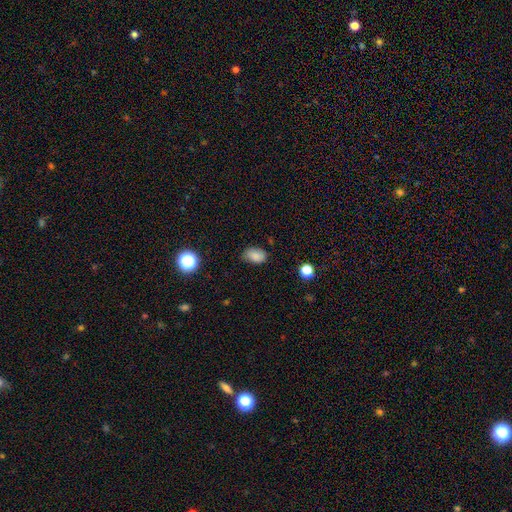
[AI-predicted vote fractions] Morphology: type=smooth (84%); roundness=in between (86%); merging=none (73%).